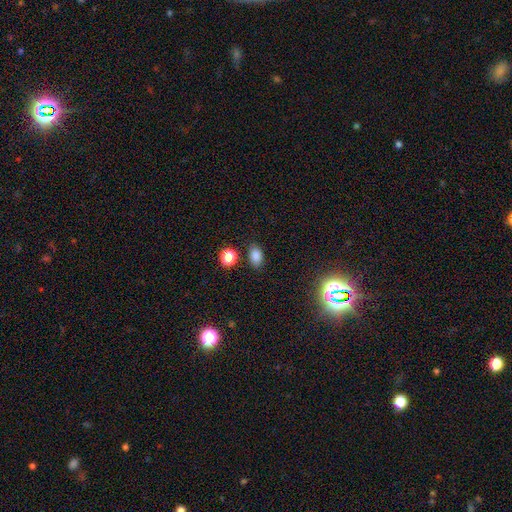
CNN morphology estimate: The model was most divided on "smooth or featured": smooth: 81%, star or artifact: 14%, featured or disk: 5%. More confident: how rounded — in between (83%); merging — none (82%).